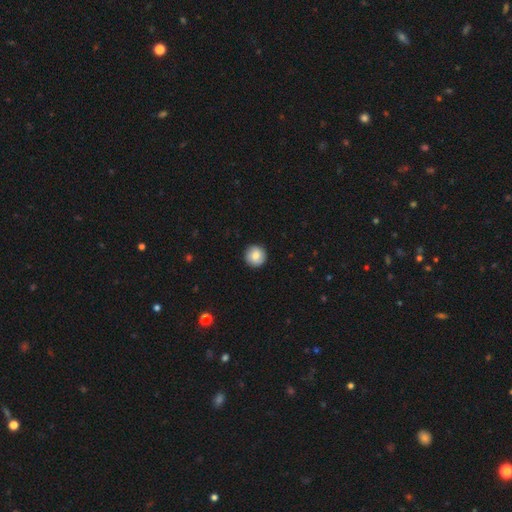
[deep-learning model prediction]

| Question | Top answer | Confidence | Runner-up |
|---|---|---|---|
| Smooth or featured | smooth | 80% | featured or disk (13%) |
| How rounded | round | 95% | in between (4%) |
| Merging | none | 91% | minor disturbance (6%) |